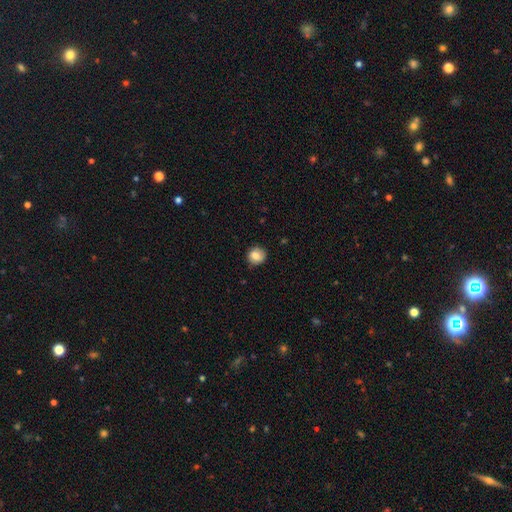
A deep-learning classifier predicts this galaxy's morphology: Smooth or featured? smooth (82%)
How rounded? round (87%)
Merging? none (83%)